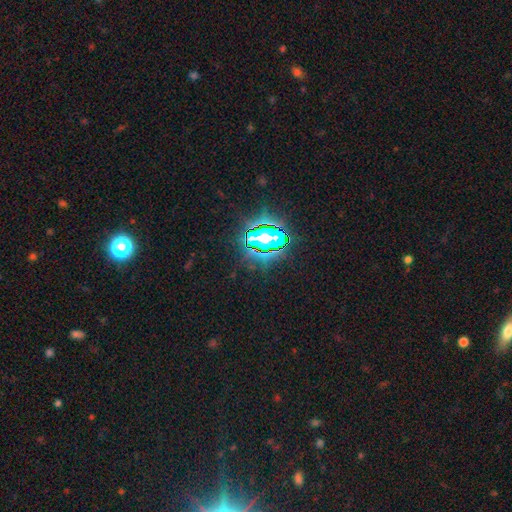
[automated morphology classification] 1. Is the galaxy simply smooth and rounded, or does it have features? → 85% star or artifact, 9% smooth, 6% featured or disk.